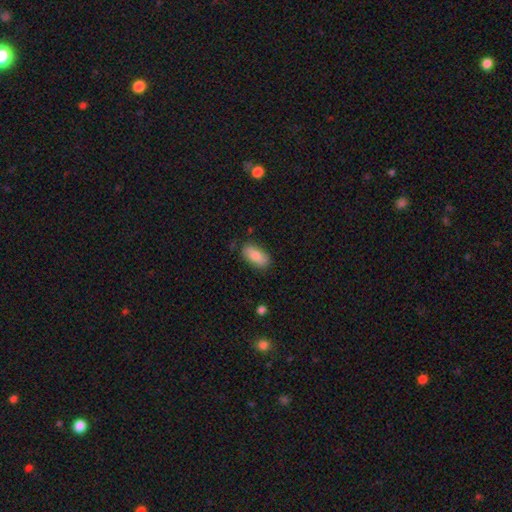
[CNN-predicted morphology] Smooth or featured: smooth — 82% (featured or disk — 12%)
How rounded: in between — 90% (cigar-shaped — 7%)
Merging: none — 80% (minor disturbance — 15%)